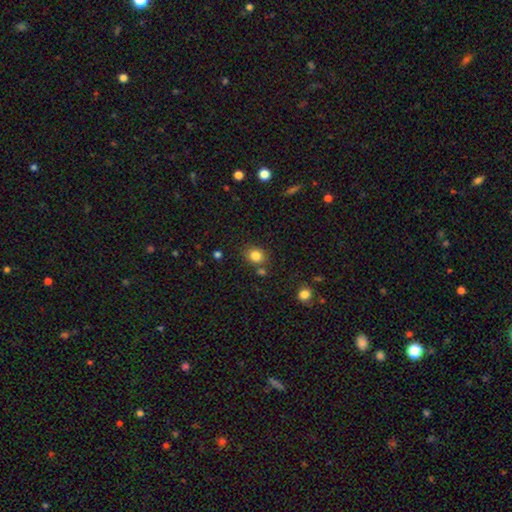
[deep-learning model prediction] Overall: smooth (83%). How rounded: round (67%; in between 33%). Merging: none (74%).